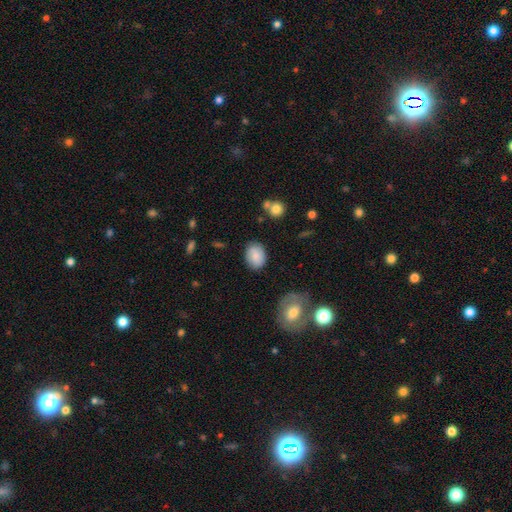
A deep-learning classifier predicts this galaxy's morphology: type=smooth (83%); roundness=in between (72%); merging=none (82%).